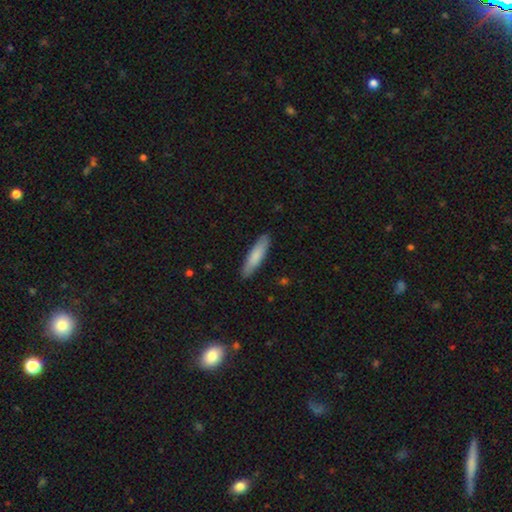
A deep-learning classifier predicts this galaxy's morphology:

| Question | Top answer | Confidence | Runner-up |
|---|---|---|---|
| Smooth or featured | smooth | 82% | featured or disk (13%) |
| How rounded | cigar-shaped | 74% | in between (24%) |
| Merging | none | 89% | minor disturbance (9%) |